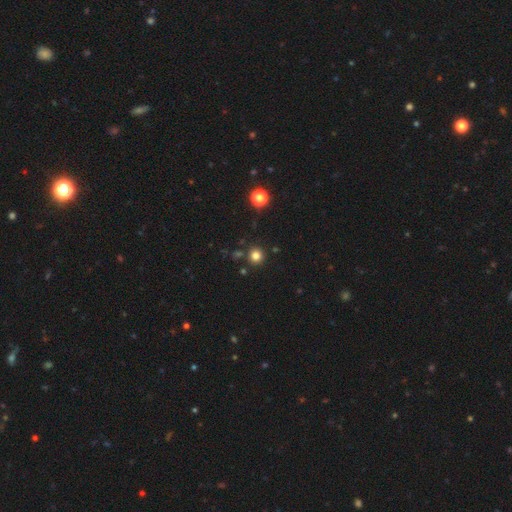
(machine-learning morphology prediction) Q: Smooth or featured?
A: smooth (81%); runner-up: star or artifact (14%)
Q: How rounded?
A: round (93%); runner-up: in between (7%)
Q: Merging?
A: none (88%); runner-up: minor disturbance (6%)